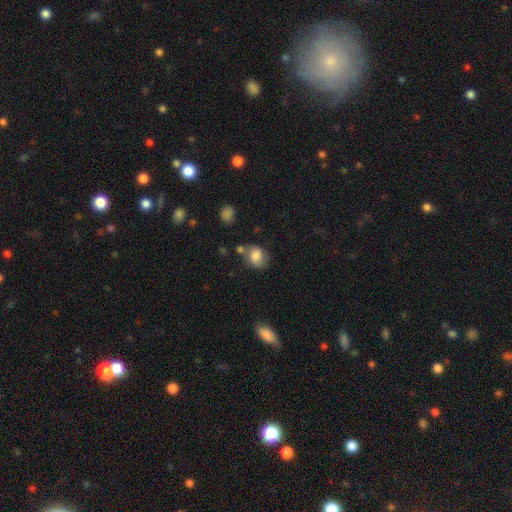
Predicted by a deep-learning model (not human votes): smooth-or-featured: smooth: 78% | featured or disk: 12% | star or artifact: 10%
  how-rounded: round: 61% | in between: 38% | cigar-shaped: 1%
  merging: none: 59% | minor disturbance: 22% | merger: 11% | major disturbance: 8%